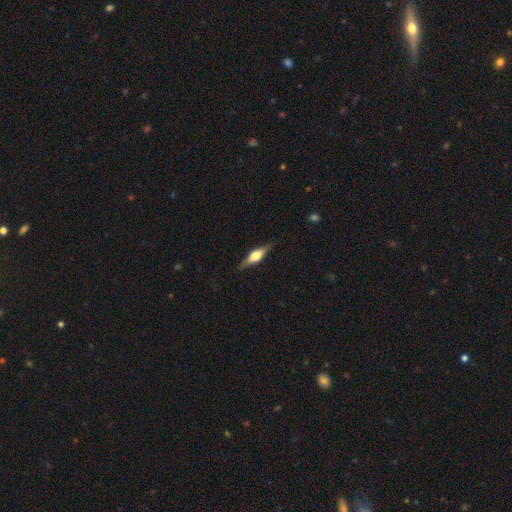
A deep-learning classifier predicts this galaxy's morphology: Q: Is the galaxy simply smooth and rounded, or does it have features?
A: featured or disk — 68%.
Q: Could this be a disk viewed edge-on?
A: yes — 97%.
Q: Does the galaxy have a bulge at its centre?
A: rounded — 88%.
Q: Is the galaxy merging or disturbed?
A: none — 86%.